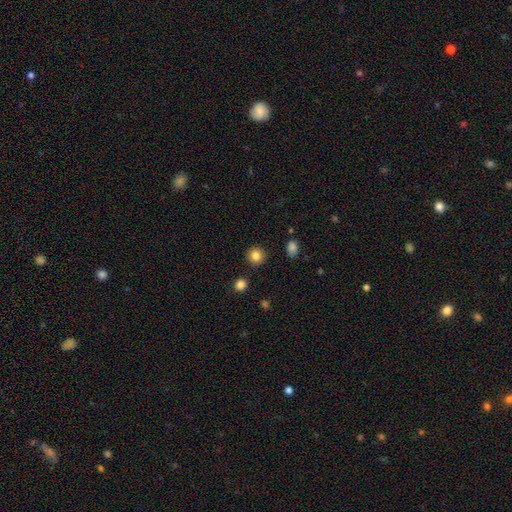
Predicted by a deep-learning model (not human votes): This is clearly a smooth galaxy (84%). How rounded: clearly round (92%). Merging: clearly none (90%).